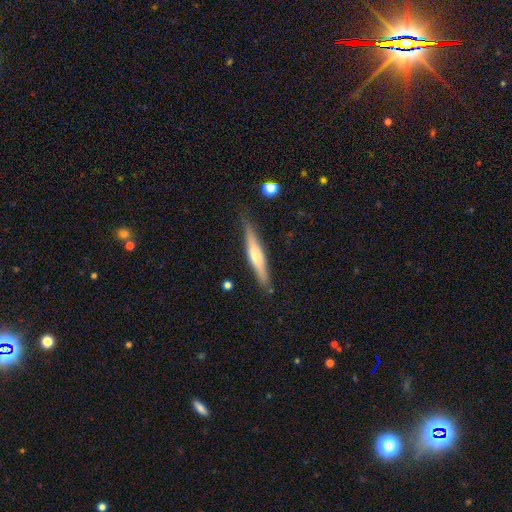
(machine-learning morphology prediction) A featured or disk galaxy (53%) viewed edge-on (95%) with a rounded central bulge (77%). Merging: none (85%).